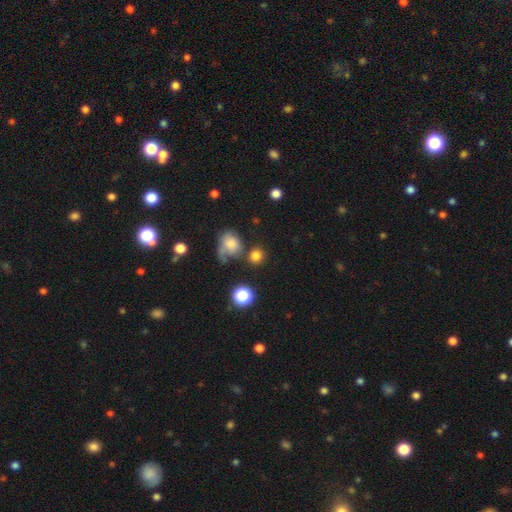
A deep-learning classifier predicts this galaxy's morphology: smooth 80%, star or artifact 14%, featured or disk 7%. Down the decision tree: how rounded — round (82%); merging — none (67%).